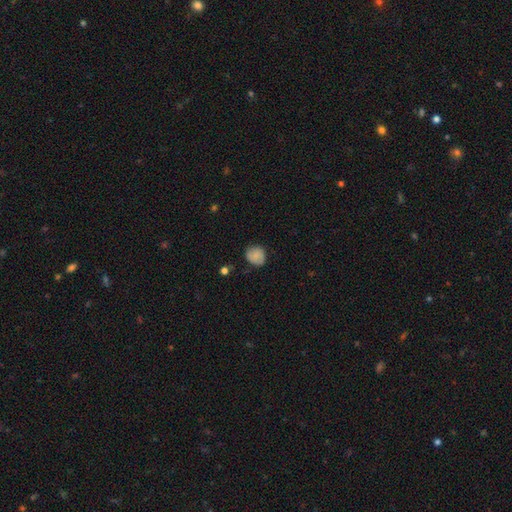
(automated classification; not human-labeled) Smooth or featured? smooth (77%)
How rounded? round (76%)
Merging? none (74%)